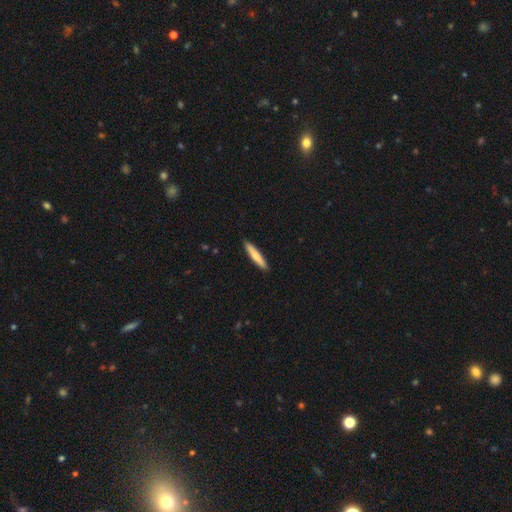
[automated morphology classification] smooth-or-featured: smooth: 71% | featured or disk: 24% | star or artifact: 5%
  how-rounded: cigar-shaped: 91% | in between: 8% | round: 1%
  merging: none: 91% | minor disturbance: 7% | major disturbance: 1% | merger: 1%